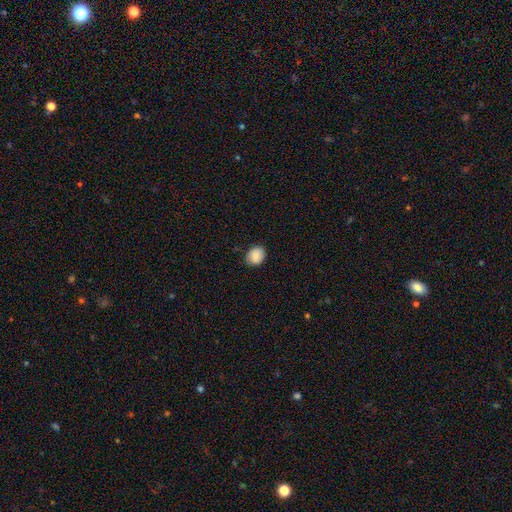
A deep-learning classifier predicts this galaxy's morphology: This appears to be a smooth galaxy with no disk features (87%) that is round (60%). Merging: none (82%).